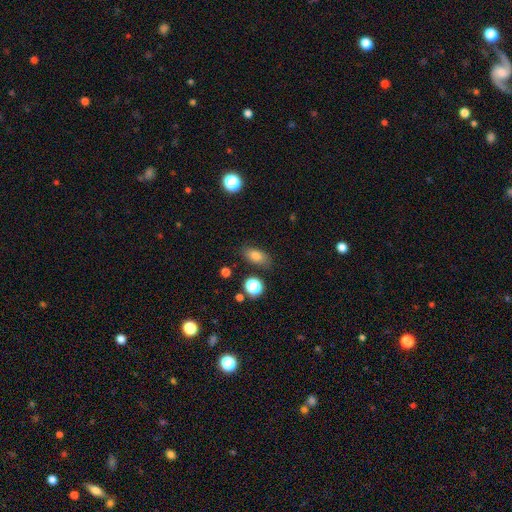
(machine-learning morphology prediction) The model was most divided on "smooth or featured": smooth: 78%, star or artifact: 12%, featured or disk: 10%. More confident: how rounded — in between (83%); merging — none (81%).